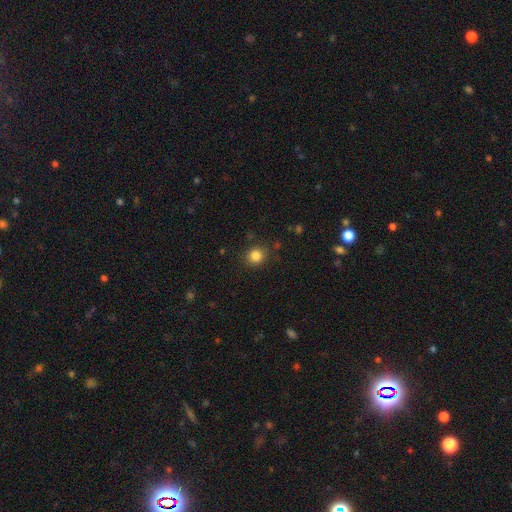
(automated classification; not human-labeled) Smooth or featured? smooth (84%)
How rounded? round (85%)
Merging? none (88%)